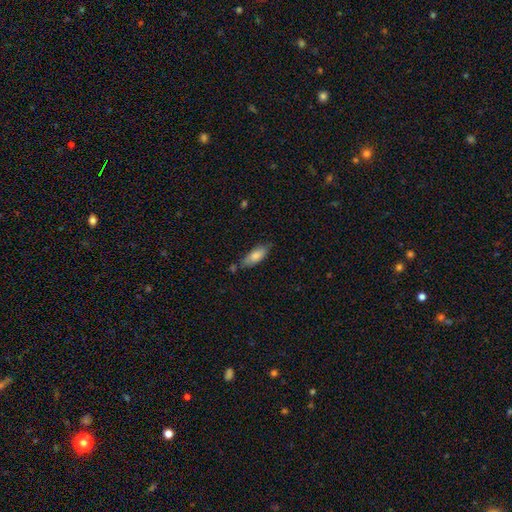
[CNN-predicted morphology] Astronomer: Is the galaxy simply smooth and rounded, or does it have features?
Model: smooth — 79%.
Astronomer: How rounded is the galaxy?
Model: in between — 69%.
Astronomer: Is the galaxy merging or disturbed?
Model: none — 66%.